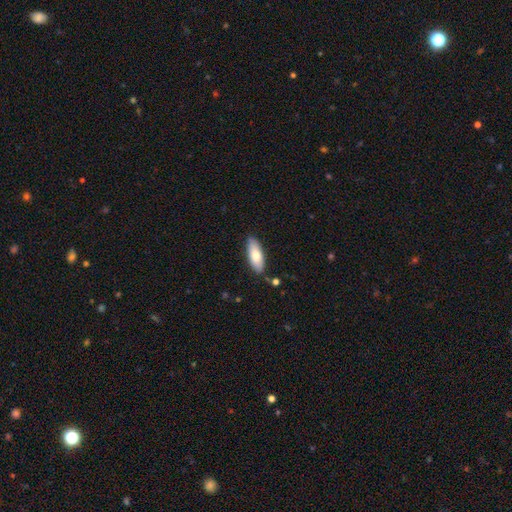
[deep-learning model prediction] The model was most divided on "how rounded": in between: 73%, cigar-shaped: 25%, round: 2%. More confident: merging — none (85%); smooth or featured — smooth (78%).